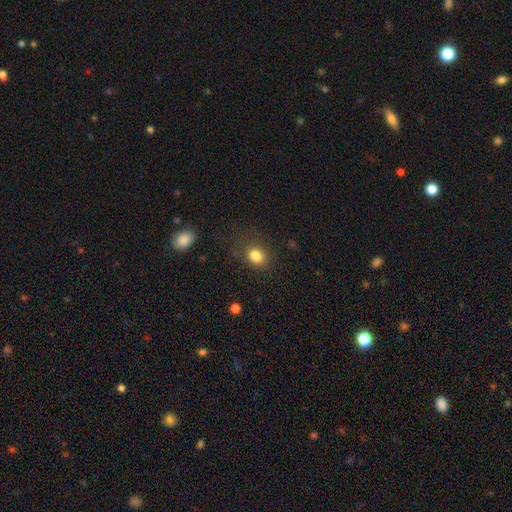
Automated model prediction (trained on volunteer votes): smooth 84%, star or artifact 11%, featured or disk 6%. Down the decision tree: how rounded — in between (52%); merging — none (72%).